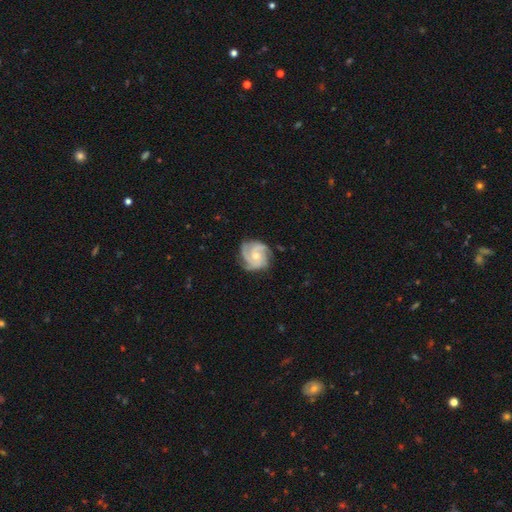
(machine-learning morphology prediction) Overall: featured or disk (84%). Edge-on disk: no (98%). Bar: no (71%). Spiral arms: yes (97%). Spiral arm count: 3 (62%). Spiral winding: tight (54%; medium 39%). Bulge size: small (48%; moderate 47%). Merging: none (76%).